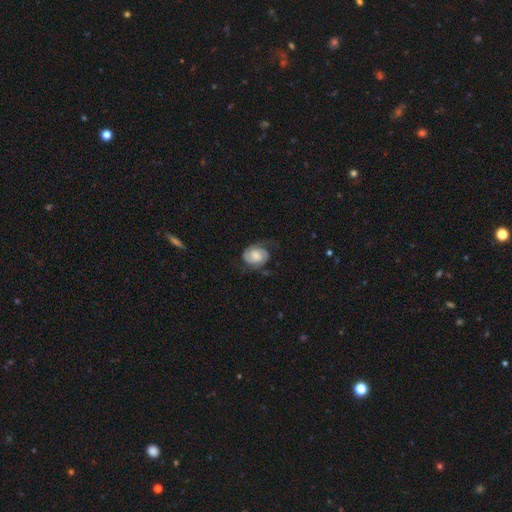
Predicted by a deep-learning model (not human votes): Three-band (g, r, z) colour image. It shows a featured or disk galaxy (70%) with no bar (61%), 2 (82%) tight (51%) spiral arms (93%) and a moderate central bulge (37%). Merging: none (63%).